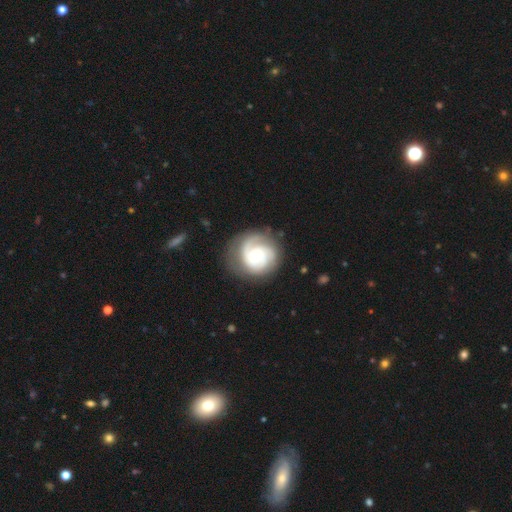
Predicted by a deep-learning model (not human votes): This appears to be a featured or disk galaxy (81%) with no bar (73%), 2 (33%) tight (61%) spiral arms (95%) and a moderate central bulge (66%). Merging: none (76%).